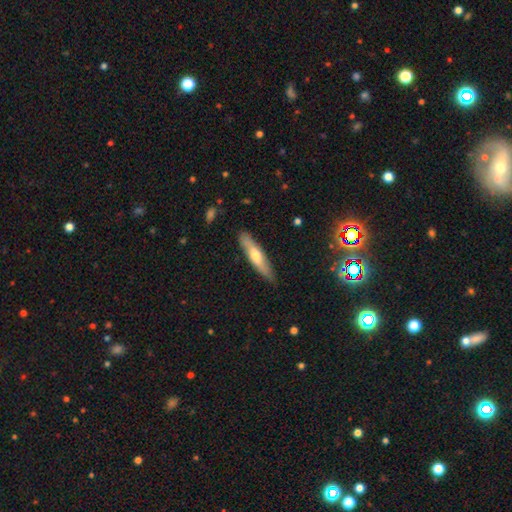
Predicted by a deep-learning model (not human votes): Morphology: type=smooth (52%); roundness=cigar-shaped (81%); merging=none (85%).